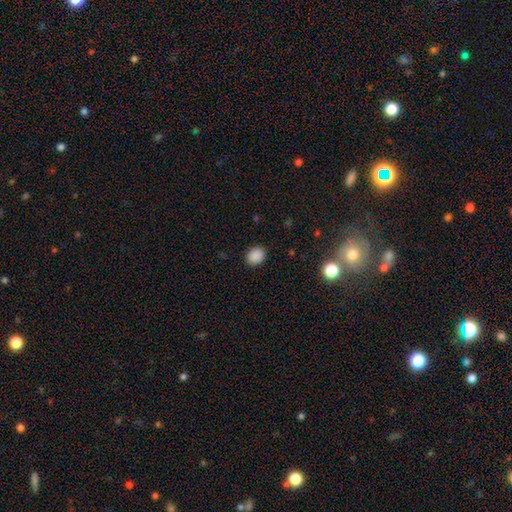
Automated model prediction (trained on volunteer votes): smooth-or-featured: smooth: 88% | star or artifact: 10% | featured or disk: 3%
  how-rounded: round: 55% | in between: 45% | cigar-shaped: 1%
  merging: none: 89% | minor disturbance: 8% | major disturbance: 2% | merger: 1%